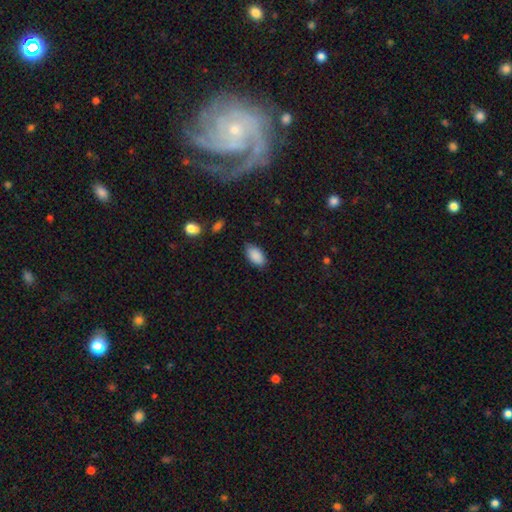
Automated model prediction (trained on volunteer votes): Smooth or featured?
  - smooth: 89% *
  - star or artifact: 7%
  - featured or disk: 4%
How rounded?
  - in between: 94% *
  - round: 4%
  - cigar-shaped: 2%
Merging?
  - none: 80% *
  - minor disturbance: 15%
  - major disturbance: 3%
  - merger: 1%